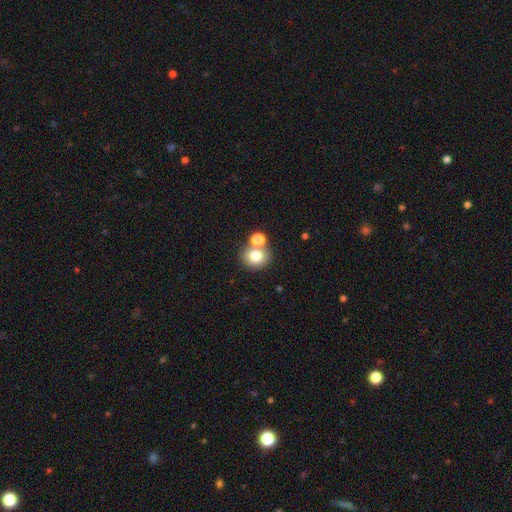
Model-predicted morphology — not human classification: smooth 77%, star or artifact 12%, featured or disk 11%. Down the decision tree: how rounded — round (76%); merging — none (56%).